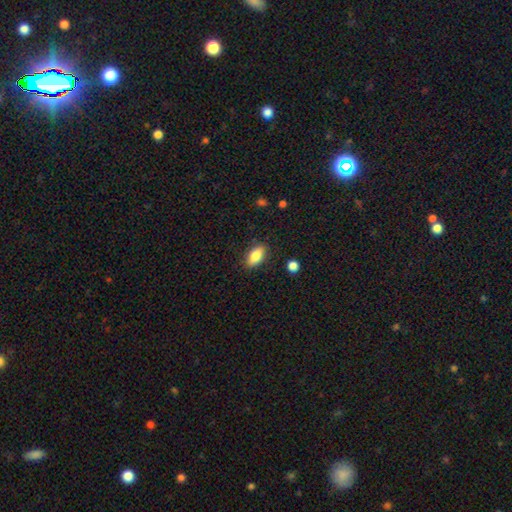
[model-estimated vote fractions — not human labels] smooth 82%, featured or disk 10%, star or artifact 7%. Down the decision tree: how rounded — in between (87%); merging — none (86%).